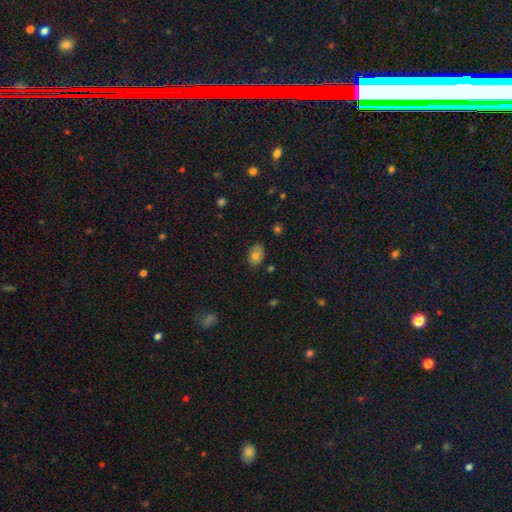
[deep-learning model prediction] Morphology: type=smooth (78%); roundness=in between (76%); merging=none (80%).